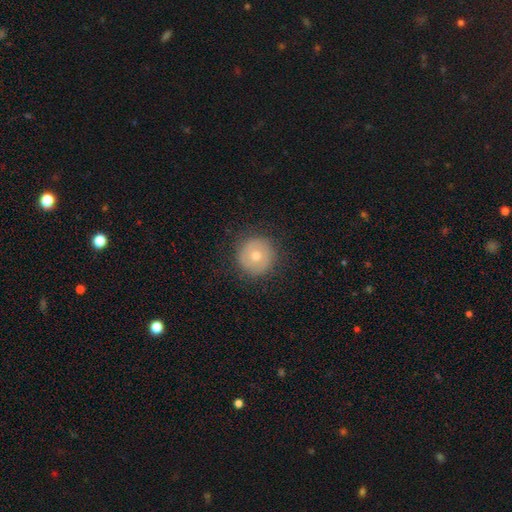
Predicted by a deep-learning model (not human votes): Smooth or featured? smooth (65%)
How rounded? round (94%)
Merging? none (86%)